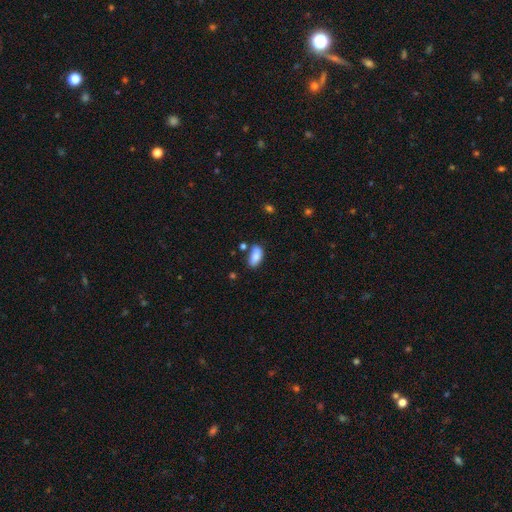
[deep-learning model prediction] The model was most divided on "merging": none: 65%, minor disturbance: 20%, merger: 10%, major disturbance: 5%. More confident: how rounded — in between (89%); smooth or featured — smooth (84%).